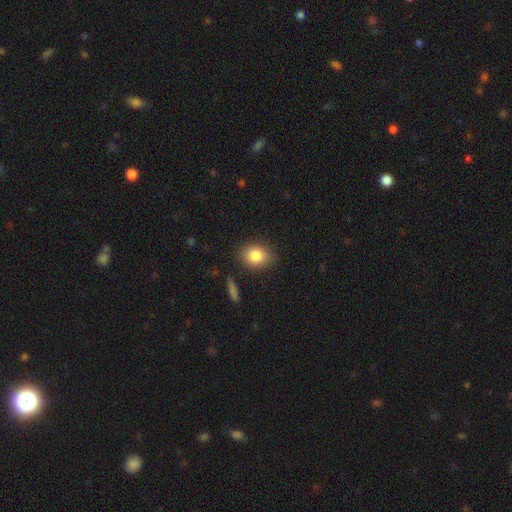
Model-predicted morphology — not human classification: Smooth or featured?
  - smooth: 85% *
  - star or artifact: 8%
  - featured or disk: 7%
How rounded?
  - in between: 49% * (tied)
  - round: 49% * (tied)
  - cigar-shaped: 1%
Merging?
  - none: 83% *
  - minor disturbance: 11%
  - major disturbance: 3%
  - merger: 2%